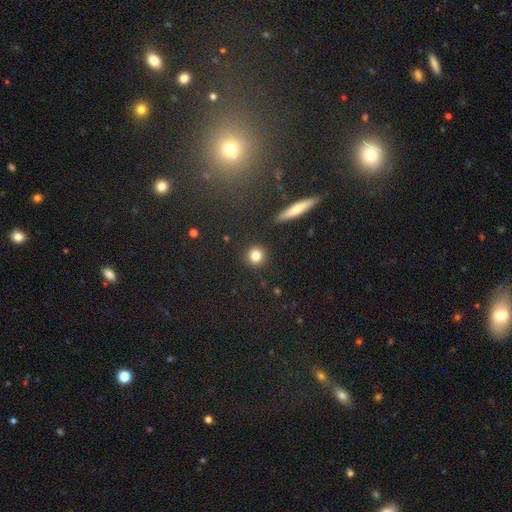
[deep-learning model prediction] Smooth or featured? Predicted: smooth (p=0.82). How rounded? Predicted: round (p=0.93). Merging? Predicted: none (p=0.92).